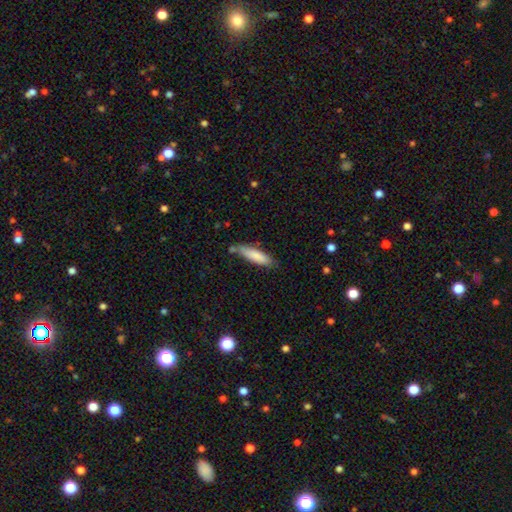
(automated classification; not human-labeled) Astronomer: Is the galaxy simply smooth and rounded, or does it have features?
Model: smooth — 83%.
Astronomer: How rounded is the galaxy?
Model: cigar-shaped — 67%.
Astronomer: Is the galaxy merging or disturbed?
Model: none — 69%.